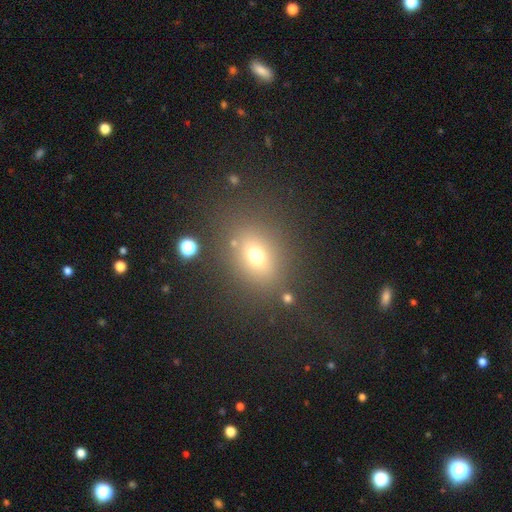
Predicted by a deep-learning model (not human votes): A smooth galaxy with no disk features (68%) that is in between round and cigar-shaped (52%). Merging: none (79%).